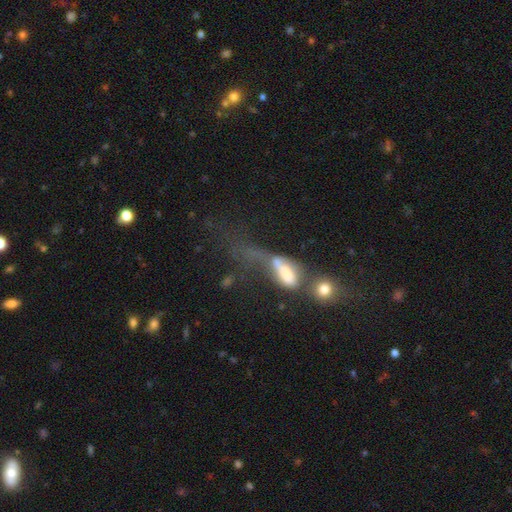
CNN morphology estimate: type=smooth (38%); merging=merger (40%).